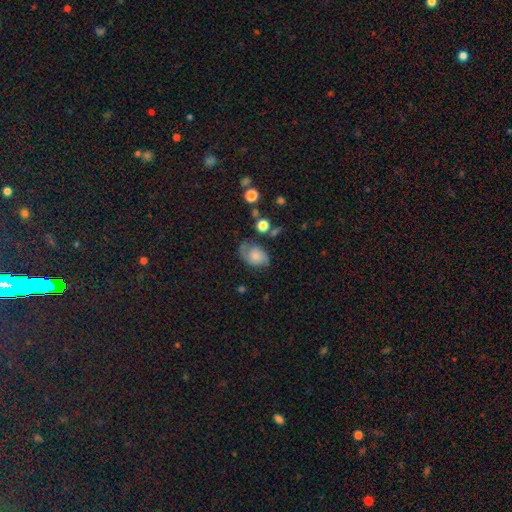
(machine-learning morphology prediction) Overall: smooth (49%; featured or disk 41%). Merging: none (57%; minor disturbance 27%).